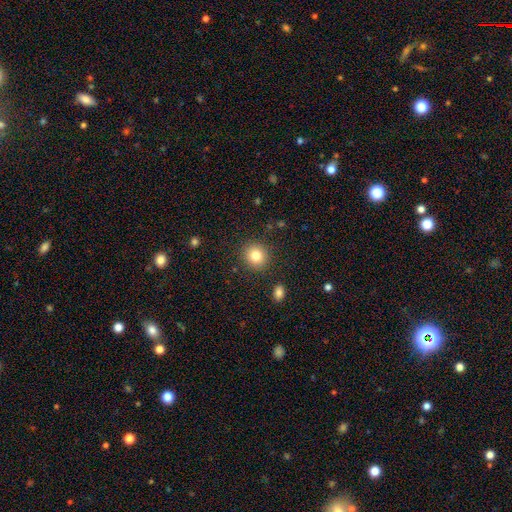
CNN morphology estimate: A smooth galaxy with no disk features (82%) that is round (88%). Merging: none (89%).